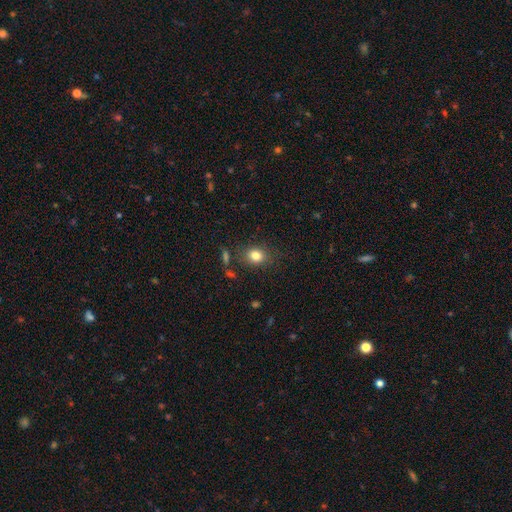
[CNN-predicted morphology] This appears to be a smooth galaxy with no disk features (81%) that is round (52%). Merging: none (81%).